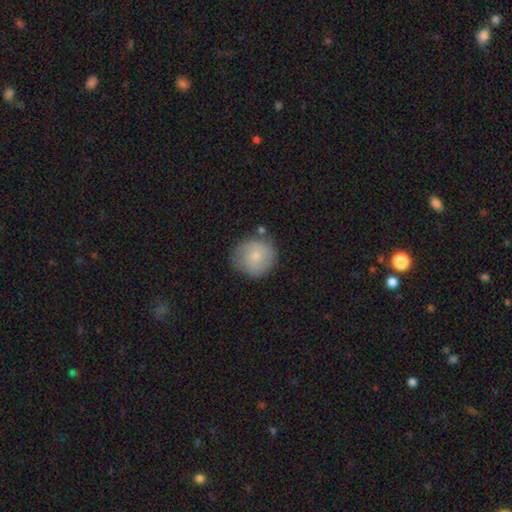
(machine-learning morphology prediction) Smooth or featured? Predicted: smooth (p=0.73). How rounded? Predicted: round (p=0.88). Merging? Predicted: none (p=0.68).